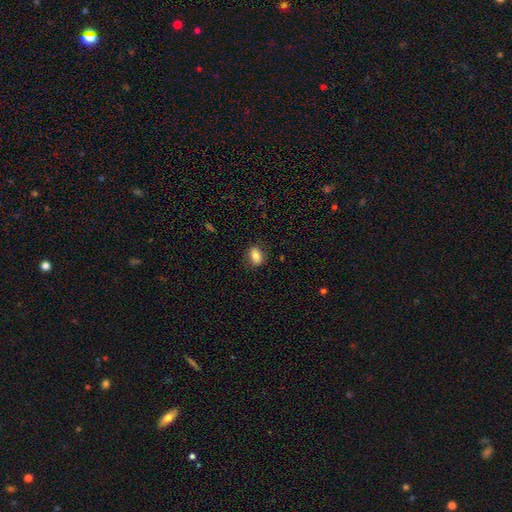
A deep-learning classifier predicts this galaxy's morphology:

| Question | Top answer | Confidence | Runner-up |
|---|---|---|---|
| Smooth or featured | smooth | 78% | featured or disk (13%) |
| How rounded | in between | 72% | round (27%) |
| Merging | none | 83% | minor disturbance (12%) |